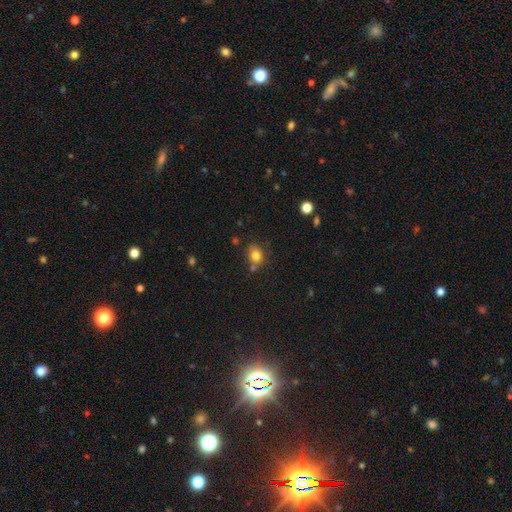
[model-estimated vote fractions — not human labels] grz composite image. It shows a smooth galaxy with no disk features (80%) that is round (50%). Merging: none (65%).